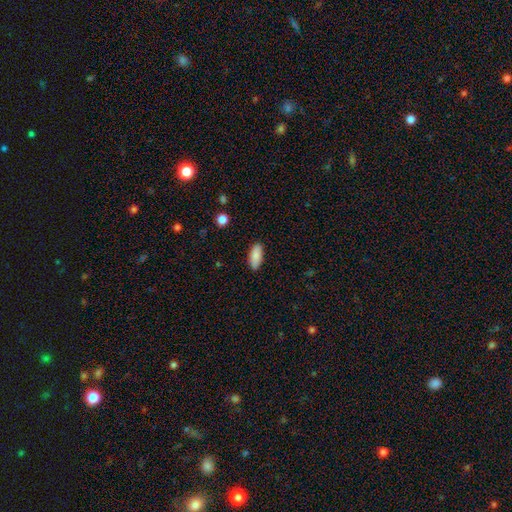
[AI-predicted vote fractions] Overall: smooth (87%). How rounded: in between (84%). Merging: none (87%).